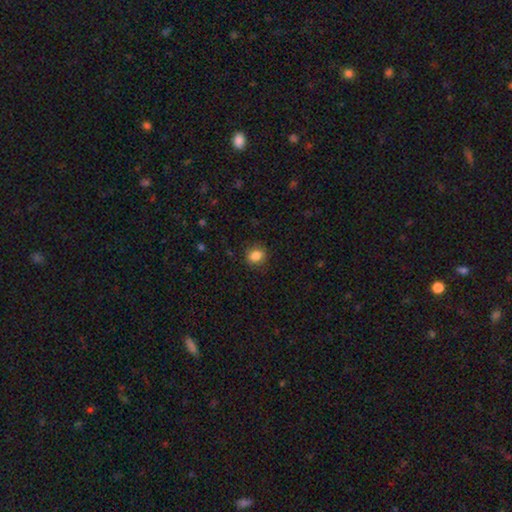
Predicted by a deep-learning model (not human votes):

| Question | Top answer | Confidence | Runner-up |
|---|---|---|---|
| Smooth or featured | smooth | 85% | star or artifact (10%) |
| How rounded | round | 60% | in between (39%) |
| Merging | none | 86% | minor disturbance (10%) |